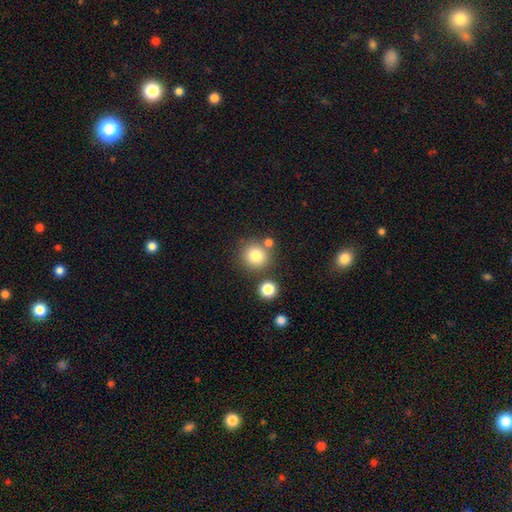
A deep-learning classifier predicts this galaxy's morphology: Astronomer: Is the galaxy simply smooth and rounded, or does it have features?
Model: smooth — 80%.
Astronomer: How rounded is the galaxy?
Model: round — 93%.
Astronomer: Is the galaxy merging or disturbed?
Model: none — 77%.